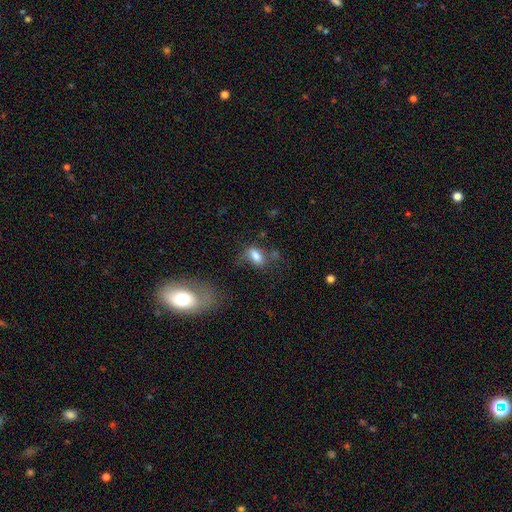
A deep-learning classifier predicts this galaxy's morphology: Overall: smooth (77%). How rounded: in between (86%). Merging: none (46%; minor disturbance 25%).